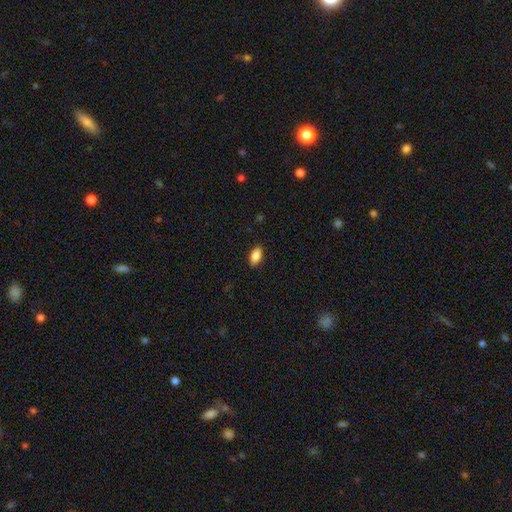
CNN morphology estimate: This appears to be a smooth galaxy with no disk features (87%) that is in between round and cigar-shaped (91%). Merging: none (87%).